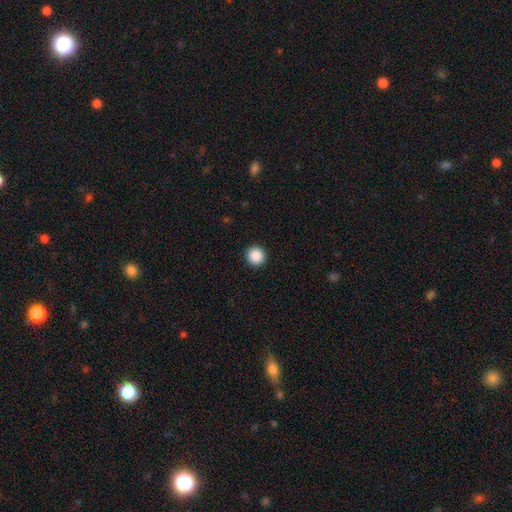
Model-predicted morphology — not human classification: smooth-or-featured: smooth: 88% | star or artifact: 9% | featured or disk: 3%
  how-rounded: round: 96% | in between: 3% | cigar-shaped: 1%
  merging: none: 93% | minor disturbance: 4% | major disturbance: 1% | merger: 1%